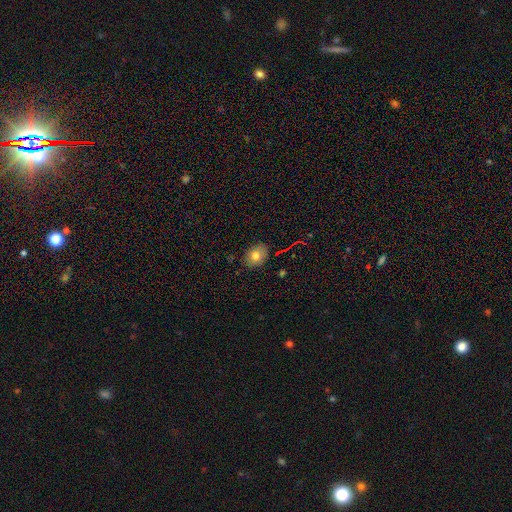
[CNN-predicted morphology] A smooth galaxy with no disk features (74%) that is in between round and cigar-shaped (63%). Merging: none (83%).